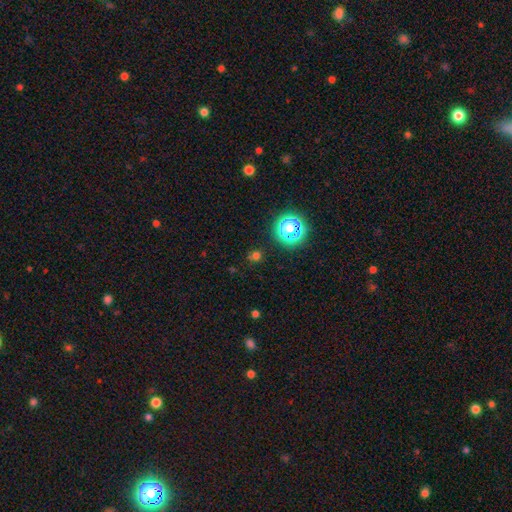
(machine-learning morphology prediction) A smooth galaxy with no disk features (56%) that is round (81%). Merging: none (78%).